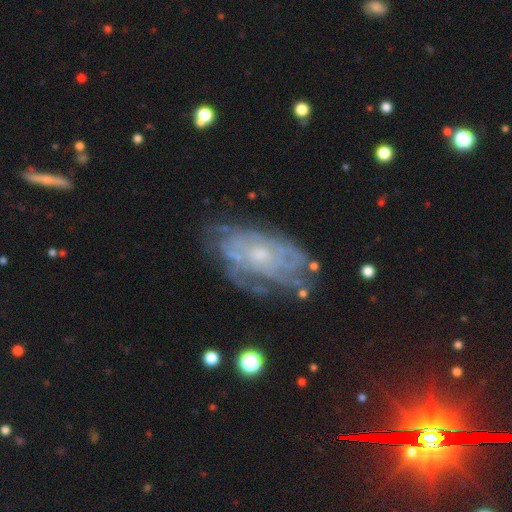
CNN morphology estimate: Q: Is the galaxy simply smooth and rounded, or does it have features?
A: featured or disk — 72%.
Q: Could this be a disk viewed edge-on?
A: no — 93%.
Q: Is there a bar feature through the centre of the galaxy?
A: no — 78%.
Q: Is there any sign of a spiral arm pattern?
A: yes — 79%.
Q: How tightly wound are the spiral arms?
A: tight — 66%.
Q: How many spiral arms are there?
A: can't tell — 62%.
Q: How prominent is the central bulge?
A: small — 68%.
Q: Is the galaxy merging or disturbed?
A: none — 69%.